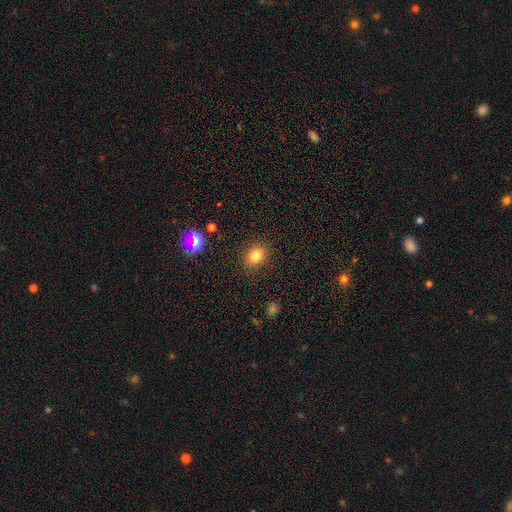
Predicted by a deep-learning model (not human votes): A smooth galaxy with no disk features (79%) that is in between round and cigar-shaped (52%). Merging: none (87%).